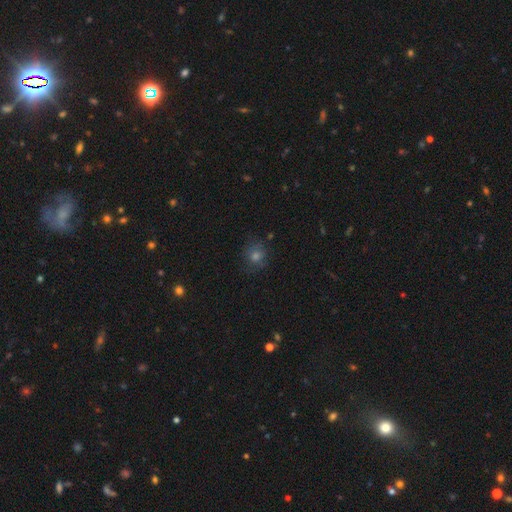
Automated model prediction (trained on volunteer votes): Smooth or featured? smooth (61%)
How rounded? round (86%)
Merging? none (80%)